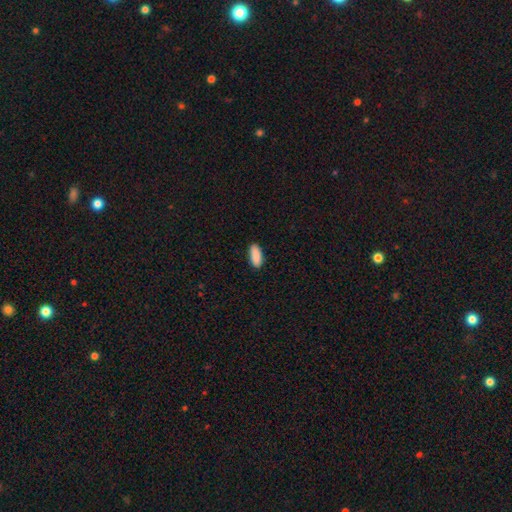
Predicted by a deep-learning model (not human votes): Smooth or featured?
  - smooth: 91% *
  - star or artifact: 6%
  - featured or disk: 3%
How rounded?
  - in between: 79% *
  - cigar-shaped: 19%
  - round: 2%
Merging?
  - none: 88% *
  - minor disturbance: 9%
  - major disturbance: 2%
  - merger: 1%